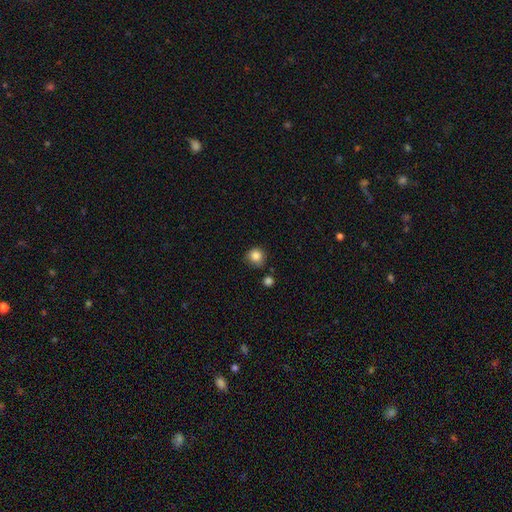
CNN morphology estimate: Overall: smooth (85%). How rounded: round (91%). Merging: none (78%).